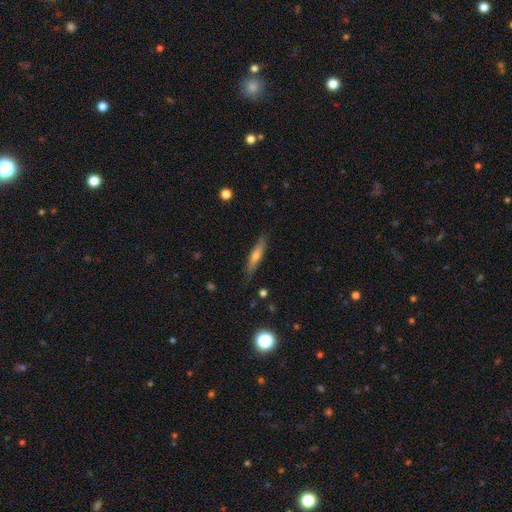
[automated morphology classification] smooth 51%, featured or disk 42%, star or artifact 7%. Down the decision tree: how rounded — cigar-shaped (85%); merging — none (84%).